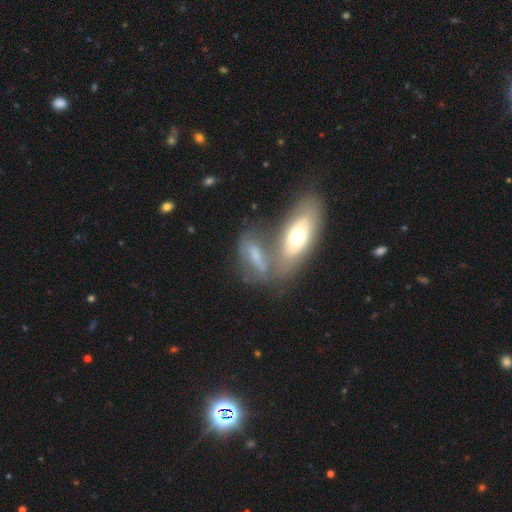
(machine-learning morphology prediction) Overall: smooth (46%; featured or disk 45%). Merging: merger (47%; none 32%).